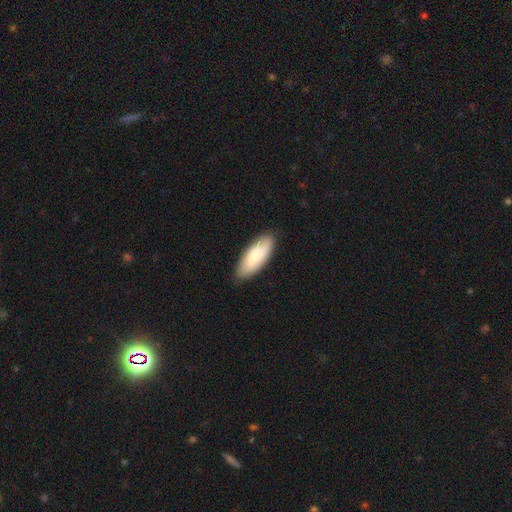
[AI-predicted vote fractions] Smooth or featured? smooth (80%)
How rounded? in between (76%)
Merging? none (86%)